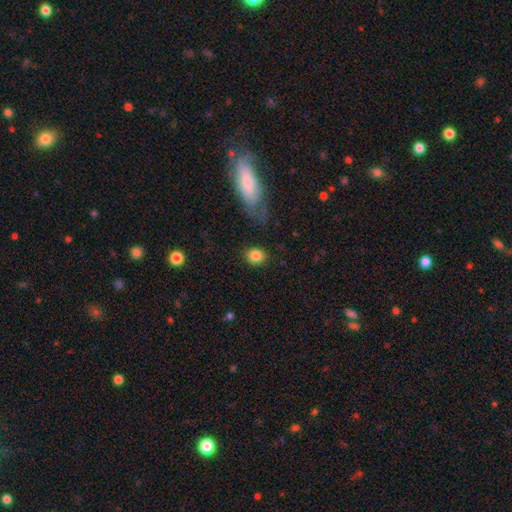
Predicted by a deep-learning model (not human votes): A smooth galaxy with no disk features (85%) that is round (71%). Merging: none (84%).